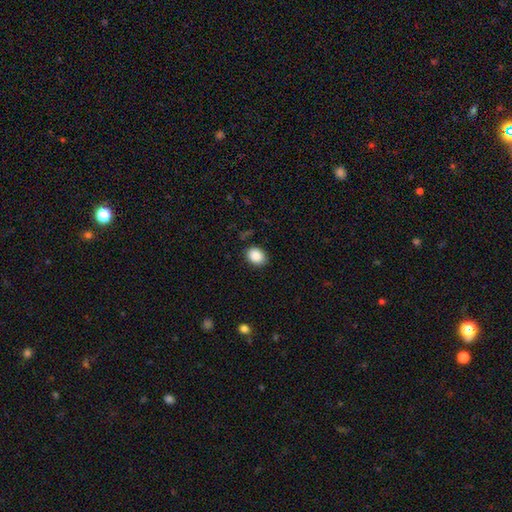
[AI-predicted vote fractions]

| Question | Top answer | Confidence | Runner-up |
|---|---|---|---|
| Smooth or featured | smooth | 88% | star or artifact (8%) |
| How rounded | in between | 60% | round (39%) |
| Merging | none | 84% | minor disturbance (12%) |